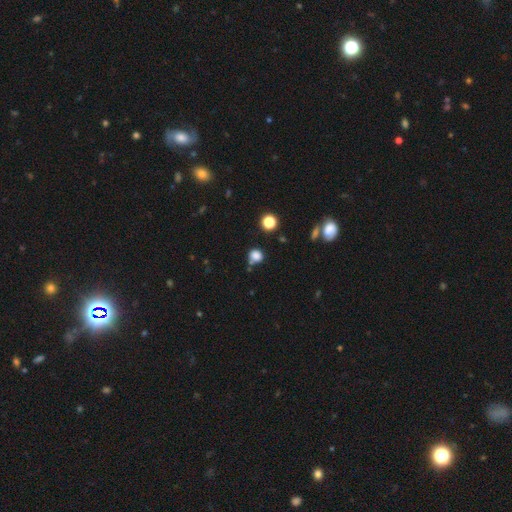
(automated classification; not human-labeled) smooth-or-featured: smooth: 80% | star or artifact: 15% | featured or disk: 5%
  how-rounded: round: 78% | in between: 21% | cigar-shaped: 1%
  merging: none: 67% | minor disturbance: 16% | merger: 12% | major disturbance: 5%